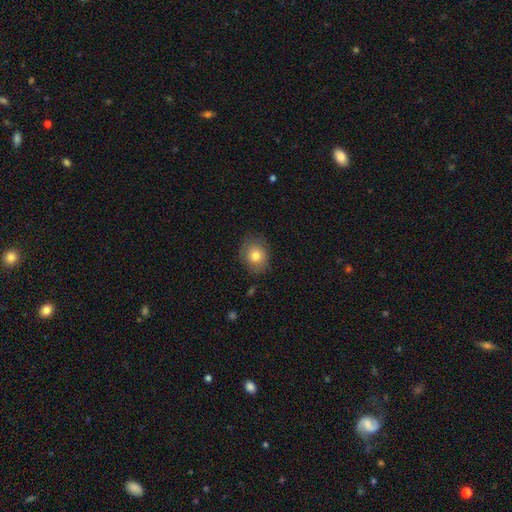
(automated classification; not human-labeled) Overall: smooth (78%). How rounded: round (67%; in between 32%). Merging: none (78%).